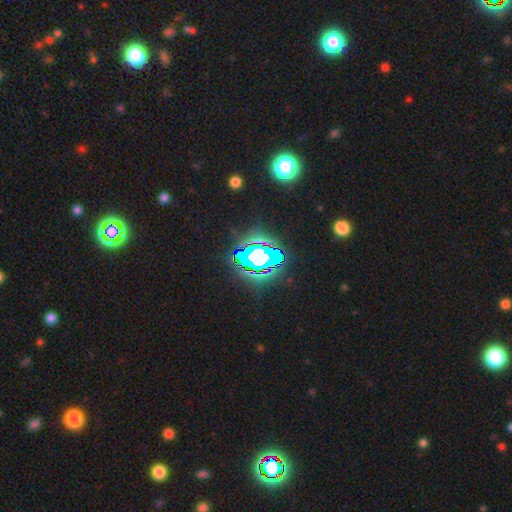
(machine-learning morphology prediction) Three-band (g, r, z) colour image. It shows a star or artifact, not a galaxy (68%).